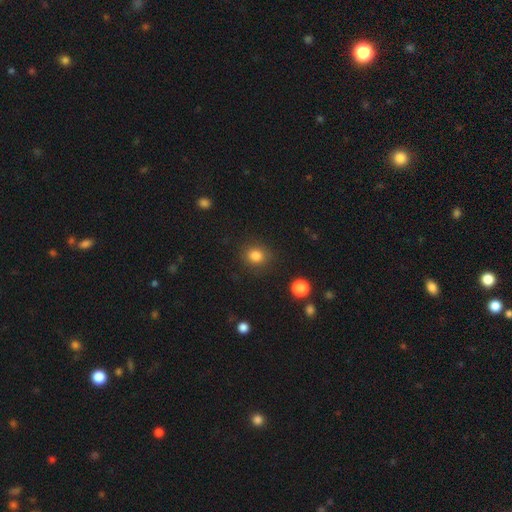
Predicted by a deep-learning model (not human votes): Morphology: type=smooth (84%); roundness=round (75%); merging=none (86%).